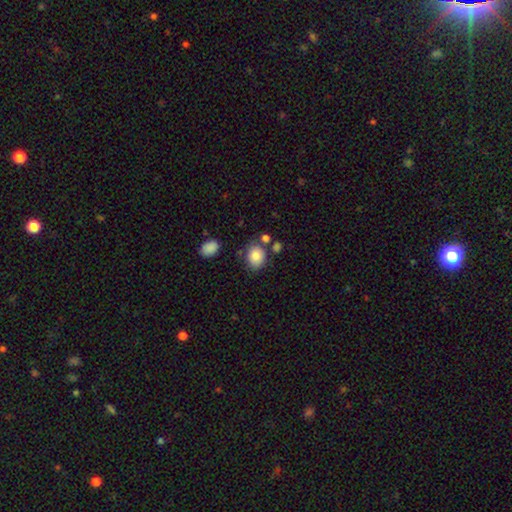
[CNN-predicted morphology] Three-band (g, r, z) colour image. It shows a smooth galaxy with no disk features (84%) that is in between round and cigar-shaped (50%). Merging: none (70%).